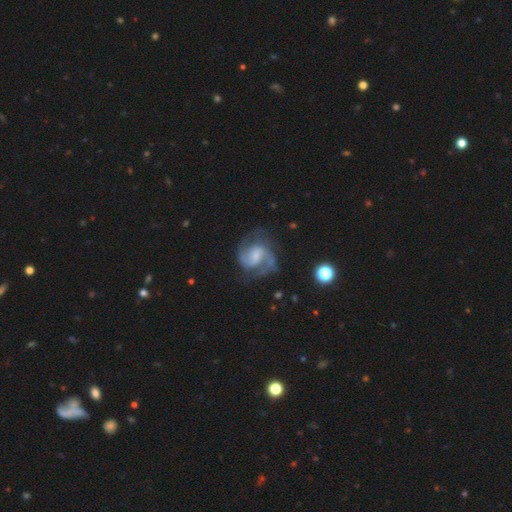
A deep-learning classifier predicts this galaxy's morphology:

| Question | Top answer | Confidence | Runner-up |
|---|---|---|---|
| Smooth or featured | featured or disk | 86% | smooth (8%) |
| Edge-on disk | no | 98% | yes (2%) |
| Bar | weak | 51% | no (35%) |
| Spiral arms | yes | 97% | no (3%) |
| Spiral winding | medium | 57% | tight (23%) |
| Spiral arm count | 2 | 86% | can't tell (5%) |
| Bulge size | small | 31% | moderate (29%) |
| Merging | none | 68% | minor disturbance (18%) |